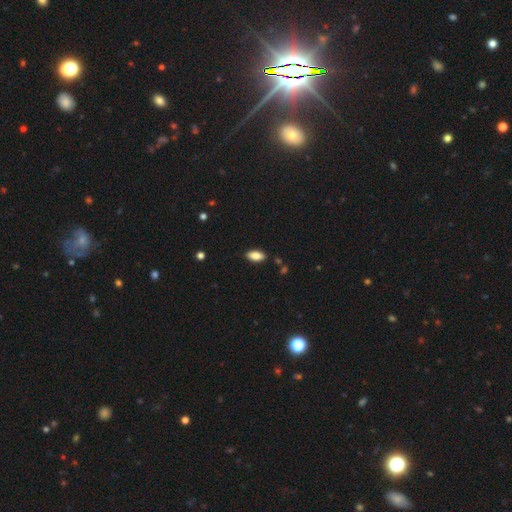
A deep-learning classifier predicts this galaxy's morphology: smooth-or-featured: smooth: 84% | featured or disk: 8% | star or artifact: 8%
  how-rounded: in between: 90% | cigar-shaped: 7% | round: 2%
  merging: none: 87% | minor disturbance: 10% | merger: 2% | major disturbance: 2%